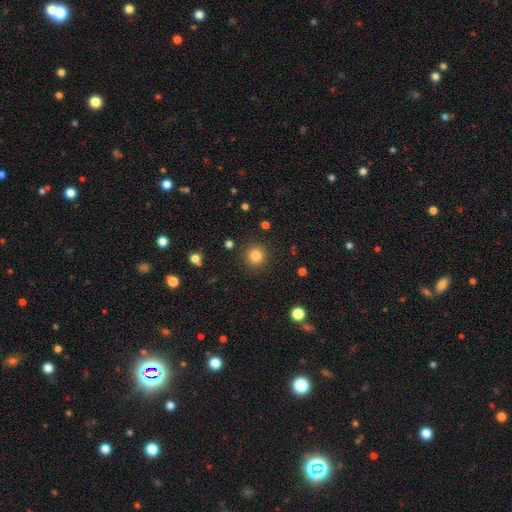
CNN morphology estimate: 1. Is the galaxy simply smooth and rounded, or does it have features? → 83% smooth, 12% star or artifact, 5% featured or disk.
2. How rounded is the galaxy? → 94% round, 5% in between, 1% cigar-shaped.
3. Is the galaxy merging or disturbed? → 90% none, 6% minor disturbance, 2% major disturbance, 1% merger.